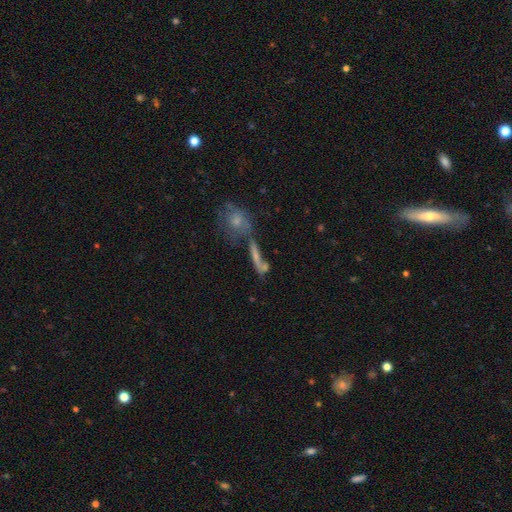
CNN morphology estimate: smooth_or_featured: featured or disk (p=0.40) [tied with: smooth p=0.40]
merging: none (p=0.40) [alt: merger p=0.38]